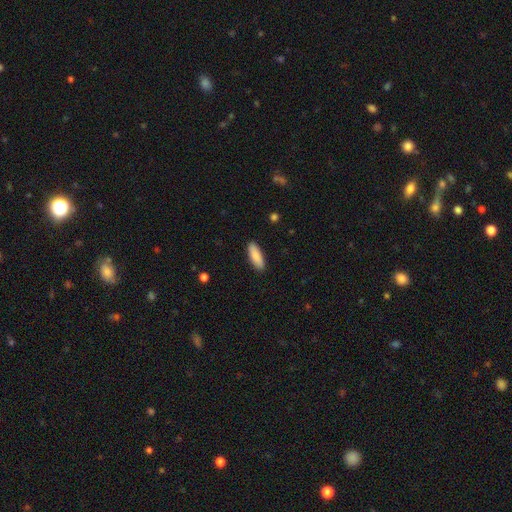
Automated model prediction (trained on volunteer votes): Smooth or featured: smooth — 88% (featured or disk — 7%)
How rounded: in between — 60% (cigar-shaped — 38%)
Merging: none — 90% (minor disturbance — 7%)